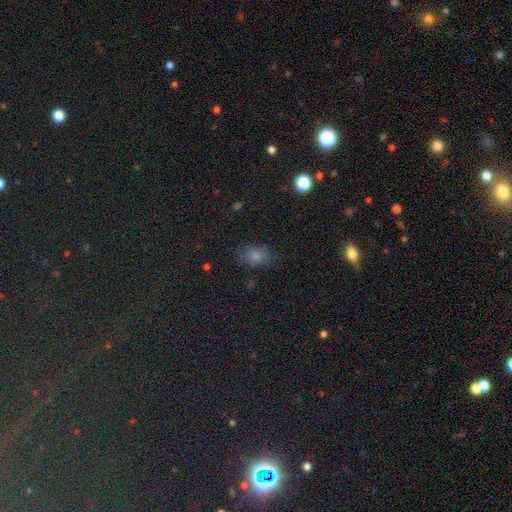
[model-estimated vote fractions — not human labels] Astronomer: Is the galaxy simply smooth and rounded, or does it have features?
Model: smooth — 77%.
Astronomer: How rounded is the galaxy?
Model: in between — 83%.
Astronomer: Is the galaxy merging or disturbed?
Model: none — 77%.